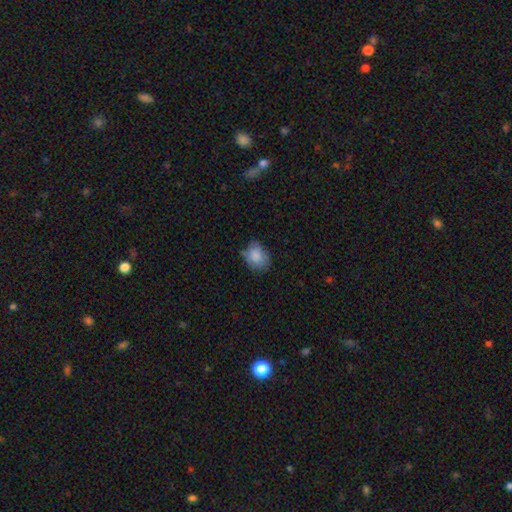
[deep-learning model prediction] smooth 84%, featured or disk 8%, star or artifact 8%. Down the decision tree: how rounded — in between (61%); merging — none (61%).